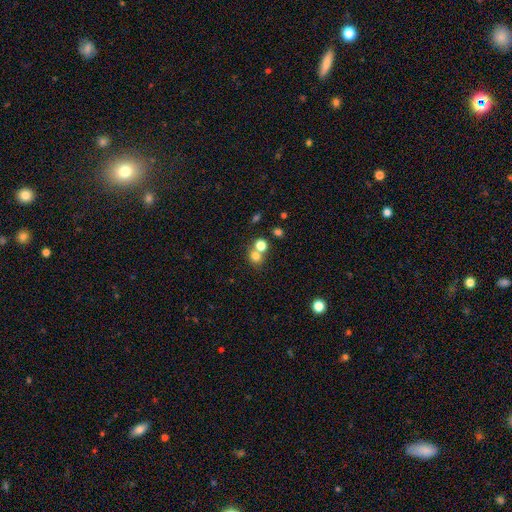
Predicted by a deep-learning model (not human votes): A smooth galaxy with no disk features (75%) that is round (77%). Merging: none (47%).